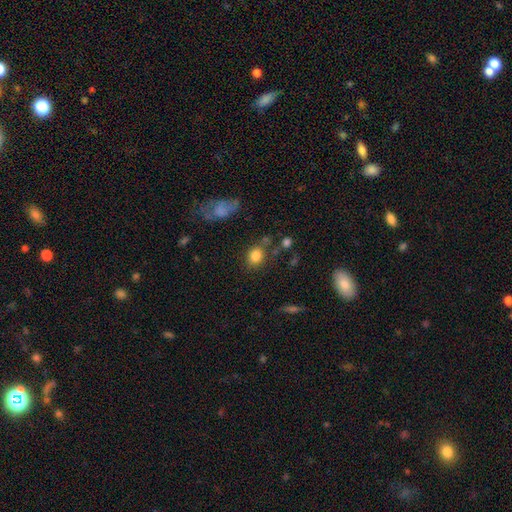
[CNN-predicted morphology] This is clearly a smooth galaxy (83%). How rounded: possibly round (59%). Merging: likely none (71%).